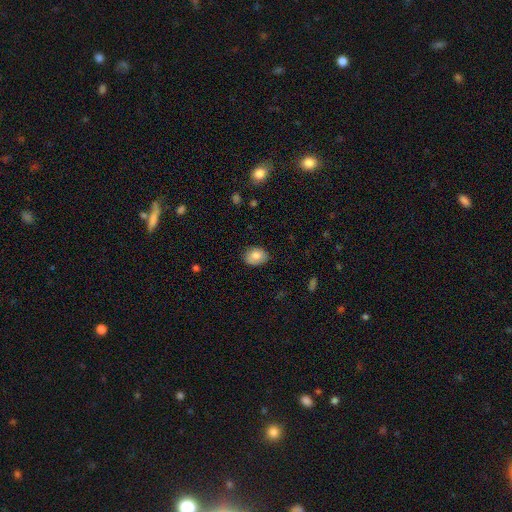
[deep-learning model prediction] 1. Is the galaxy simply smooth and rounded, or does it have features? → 81% smooth, 11% featured or disk, 8% star or artifact.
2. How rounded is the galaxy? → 70% in between, 29% round, 1% cigar-shaped.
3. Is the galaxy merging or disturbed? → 83% none, 13% minor disturbance, 2% major disturbance, 1% merger.